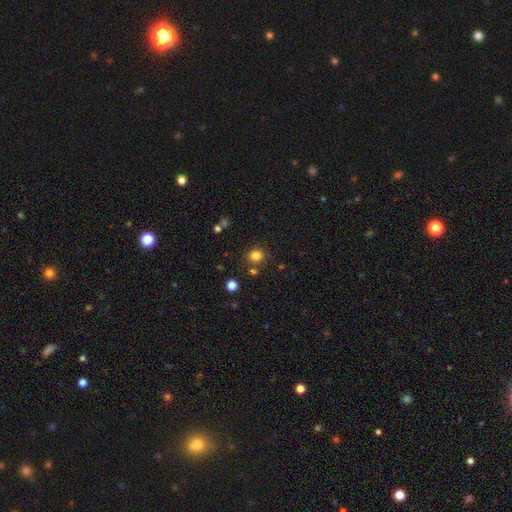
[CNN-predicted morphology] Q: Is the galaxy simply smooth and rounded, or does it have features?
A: smooth — 81%.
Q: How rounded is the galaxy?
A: round — 86%.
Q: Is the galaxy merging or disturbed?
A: none — 81%.